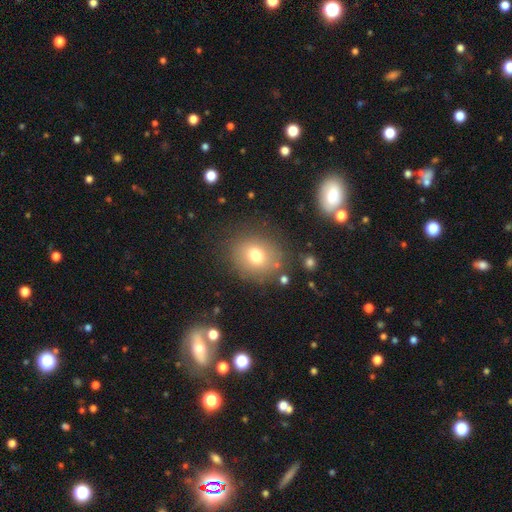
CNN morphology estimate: This appears to be a smooth galaxy with no disk features (73%) that is round (71%). Merging: none (80%).